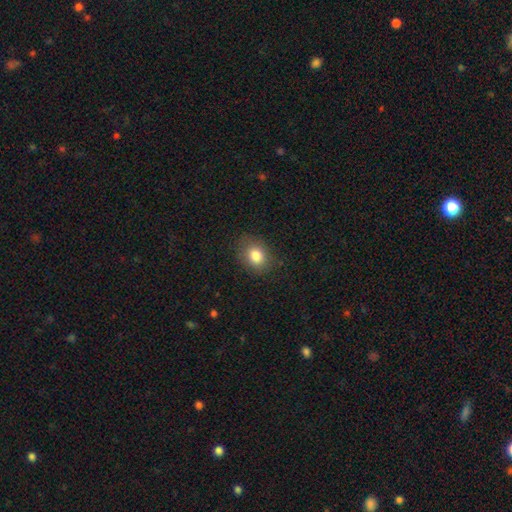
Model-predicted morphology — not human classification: Overall: smooth (82%). How rounded: in between (51%; round 48%). Merging: none (82%).